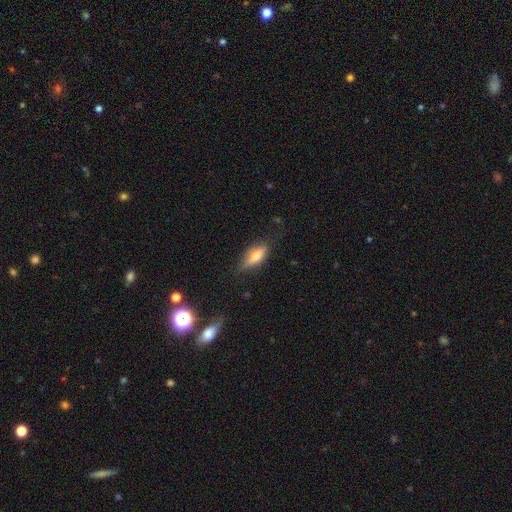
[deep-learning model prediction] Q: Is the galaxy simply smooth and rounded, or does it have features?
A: smooth — 57%.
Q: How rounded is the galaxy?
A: in between — 65%.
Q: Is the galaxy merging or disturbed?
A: none — 70%.